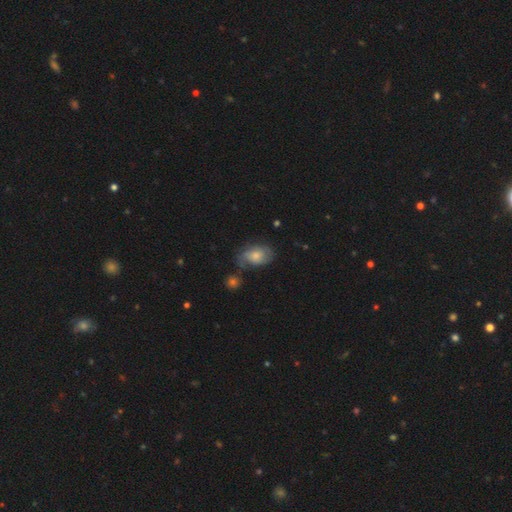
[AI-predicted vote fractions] smooth 55%, featured or disk 37%, star or artifact 8%. Down the decision tree: how rounded — in between (83%); merging — none (49%).